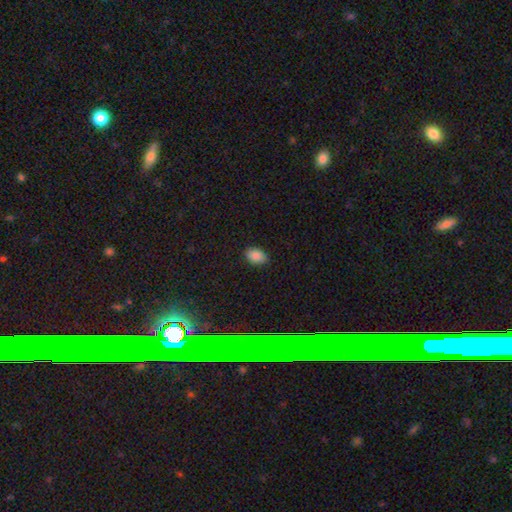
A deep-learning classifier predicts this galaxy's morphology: smooth_or_featured: smooth (p=0.84) [alt: star or artifact p=0.10]
how_rounded: in between (p=0.79) [alt: round p=0.20]
merging: none (p=0.84) [alt: minor disturbance p=0.12]